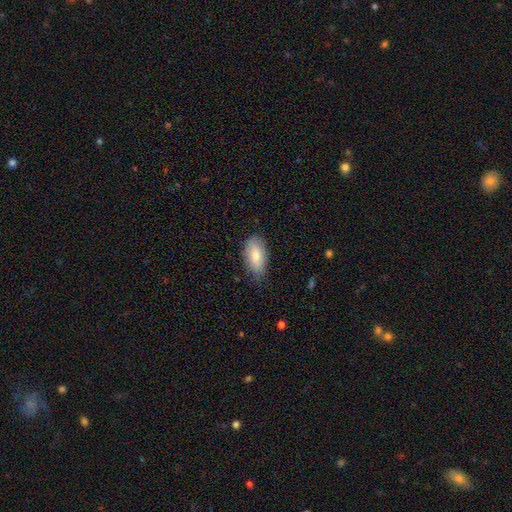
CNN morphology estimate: smooth-or-featured: smooth: 80% | featured or disk: 14% | star or artifact: 6%
  how-rounded: in between: 91% | cigar-shaped: 7% | round: 3%
  merging: none: 74% | minor disturbance: 21% | major disturbance: 4% | merger: 1%